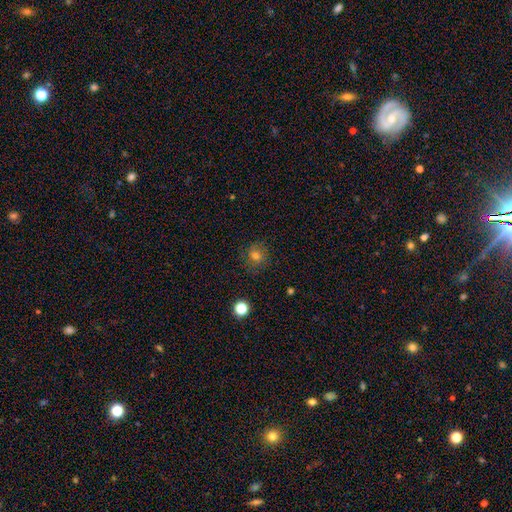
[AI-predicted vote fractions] smooth_or_featured: smooth (p=0.70) [alt: star or artifact p=0.17]
how_rounded: round (p=0.83) [alt: in between p=0.16]
merging: none (p=0.82) [alt: minor disturbance p=0.13]